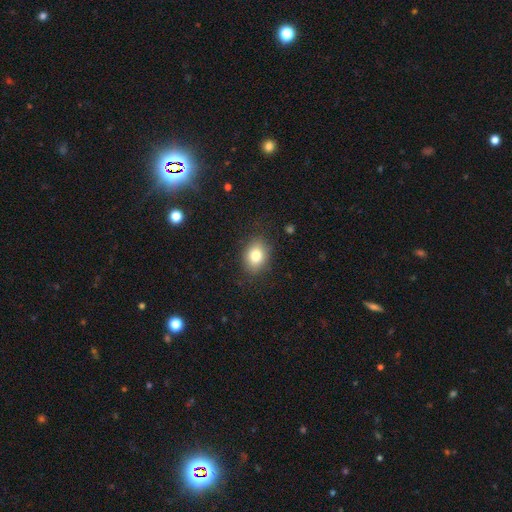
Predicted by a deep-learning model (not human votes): Morphology: type=smooth (80%); roundness=in between (63%); merging=none (85%).